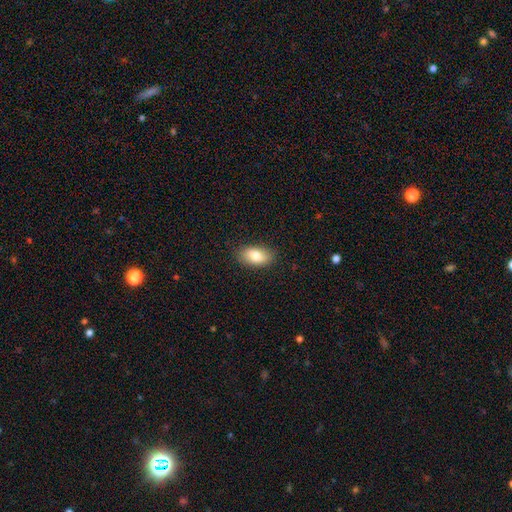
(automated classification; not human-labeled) Q: Smooth or featured?
A: smooth (81%); runner-up: featured or disk (12%)
Q: How rounded?
A: in between (91%); runner-up: round (6%)
Q: Merging?
A: none (86%); runner-up: minor disturbance (11%)